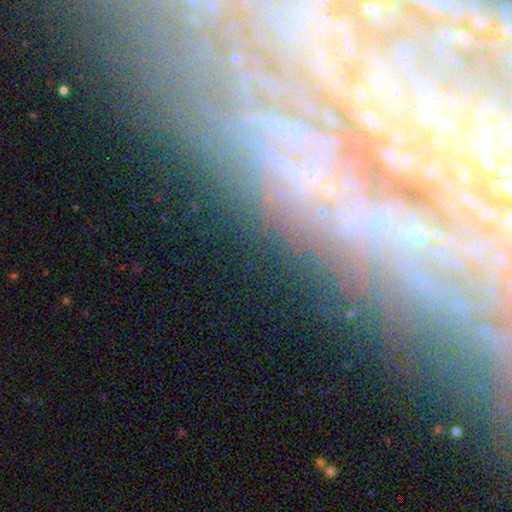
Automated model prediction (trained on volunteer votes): A featured or disk galaxy (56%).

Vote fractions:
- Smooth or featured? featured or disk: 56% / star or artifact: 27% / smooth: 17%
- Edge-on disk? no: 80% / yes: 20%
- Merging? none: 74% / minor disturbance: 14% / major disturbance: 7% / merger: 4%